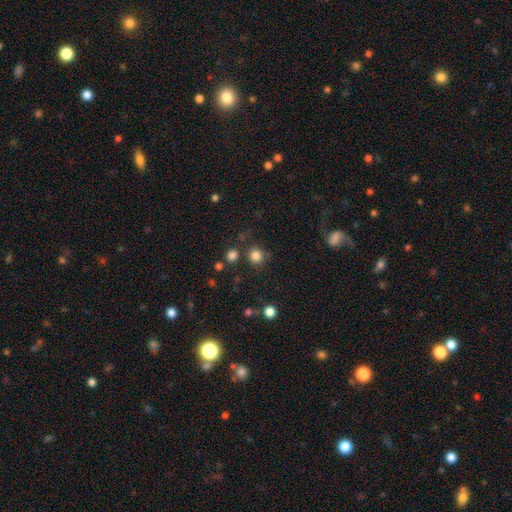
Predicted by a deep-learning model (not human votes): smooth_or_featured: smooth (p=0.82) [alt: star or artifact p=0.13]
how_rounded: round (p=0.92) [alt: in between p=0.08]
merging: none (p=0.81) [alt: minor disturbance p=0.08]